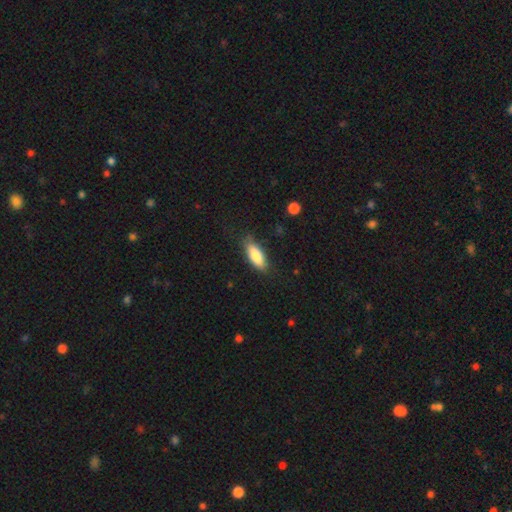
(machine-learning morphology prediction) smooth 81%, featured or disk 13%, star or artifact 6%. Down the decision tree: how rounded — in between (71%); merging — none (78%).